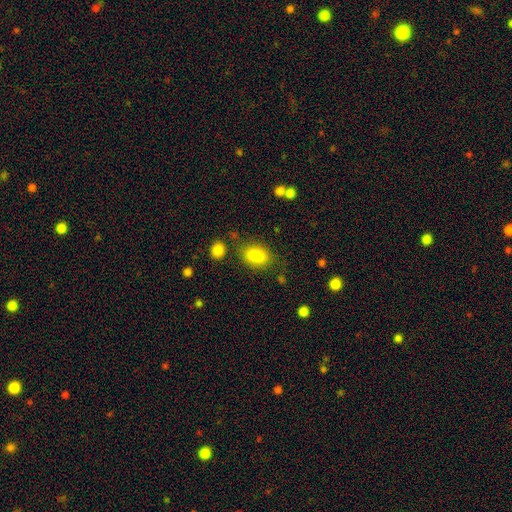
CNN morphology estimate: The model was most divided on "merging": none: 76%, minor disturbance: 14%, major disturbance: 5%, merger: 5%. More confident: smooth or featured — smooth (86%); how rounded — in between (85%).